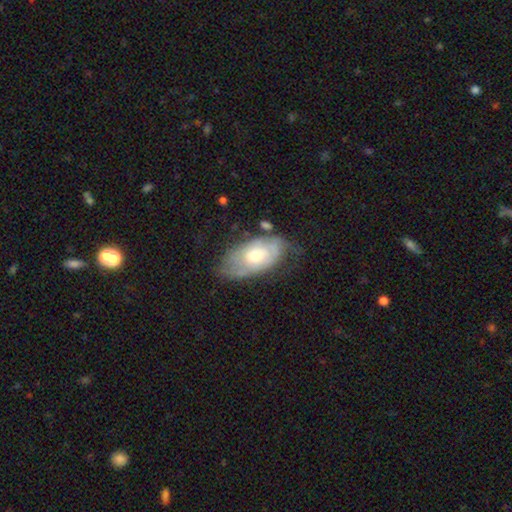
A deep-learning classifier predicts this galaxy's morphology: Smooth or featured? Predicted: featured or disk (p=0.57). Edge-on disk? Predicted: no (p=0.90). Bar? Predicted: no (p=0.76). Spiral arms? Predicted: yes (p=0.68). Bulge size? Predicted: moderate (p=0.67). Merging? Predicted: none (p=0.53).